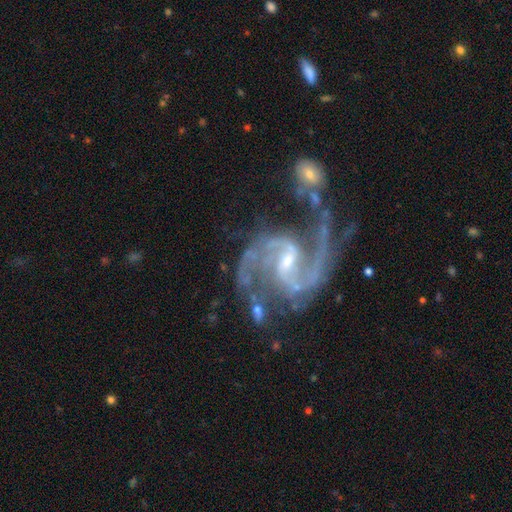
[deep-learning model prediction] Morphology: type=featured or disk (93%); edge-on=no (98%); bar=weak (49%); spiral arms=yes (99%); winding=medium (62%); arm count=2 (87%); bulge=small (68%); merging=none (50%).